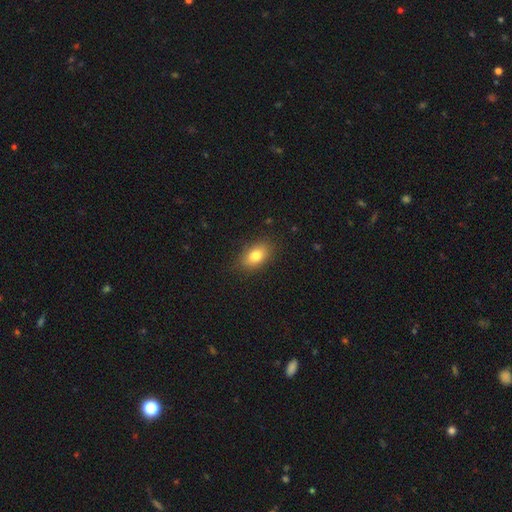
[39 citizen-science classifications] smooth-or-featured: smooth: 92% | star or artifact: 8% | featured or disk: 0%
  how-rounded: in between: 83% | round: 14% | cigar-shaped: 3%
  merging: none: 86% | minor disturbance: 11% | merger: 3% | major disturbance: 0%